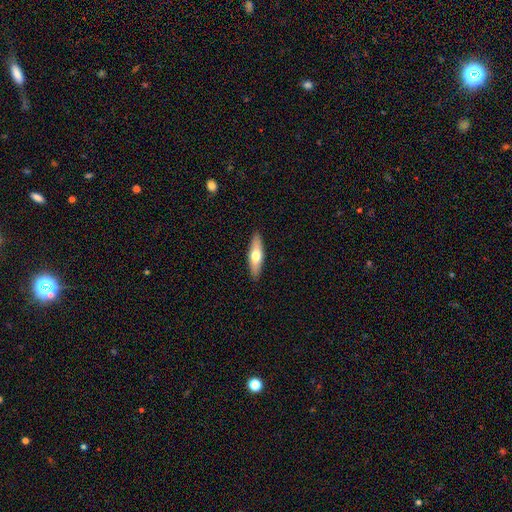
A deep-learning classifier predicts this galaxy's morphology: type=smooth (58%); roundness=cigar-shaped (57%); merging=none (90%).